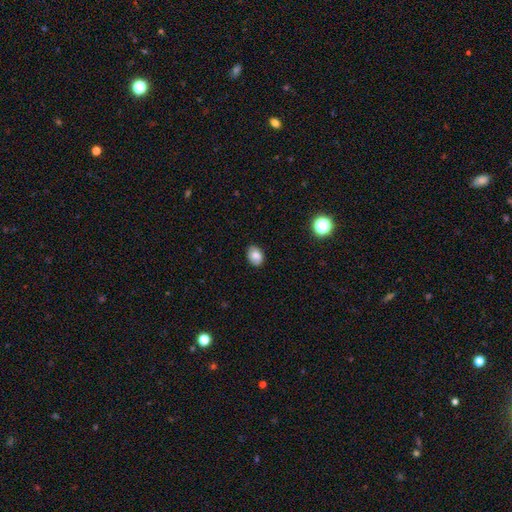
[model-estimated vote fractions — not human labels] A smooth galaxy with no disk features (78%) that is in between round and cigar-shaped (71%).

Vote fractions:
- Smooth or featured? smooth: 78% / featured or disk: 12% / star or artifact: 10%
- How rounded? in between: 71% / round: 28% / cigar-shaped: 1%
- Merging? none: 84% / minor disturbance: 13% / major disturbance: 2% / merger: 1%